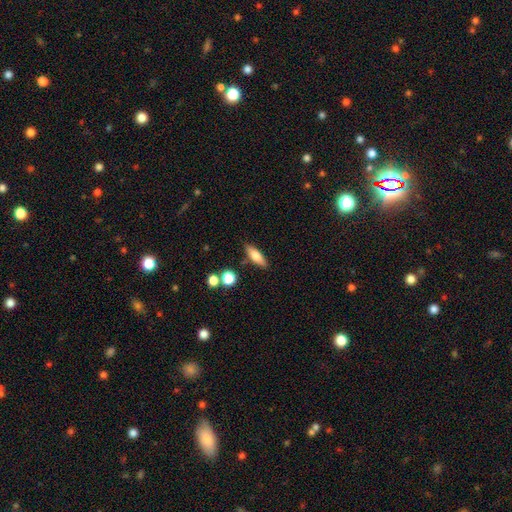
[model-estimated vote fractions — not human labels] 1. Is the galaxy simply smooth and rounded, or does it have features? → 71% smooth, 22% featured or disk, 8% star or artifact.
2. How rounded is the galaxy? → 53% in between, 43% cigar-shaped, 4% round.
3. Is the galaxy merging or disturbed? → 80% none, 12% minor disturbance, 5% merger, 3% major disturbance.